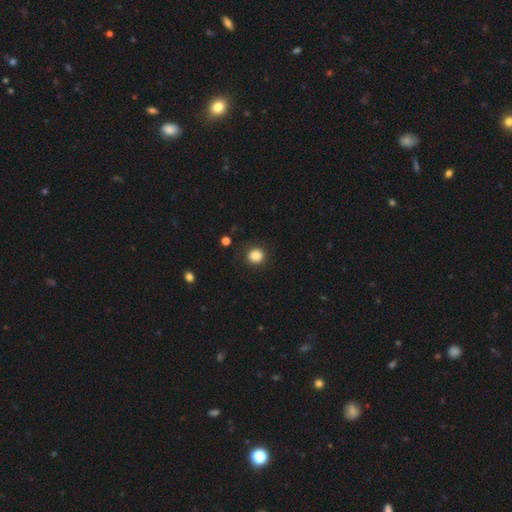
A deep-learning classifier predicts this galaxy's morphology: A smooth galaxy with no disk features (86%) that is round (87%). Merging: none (88%).